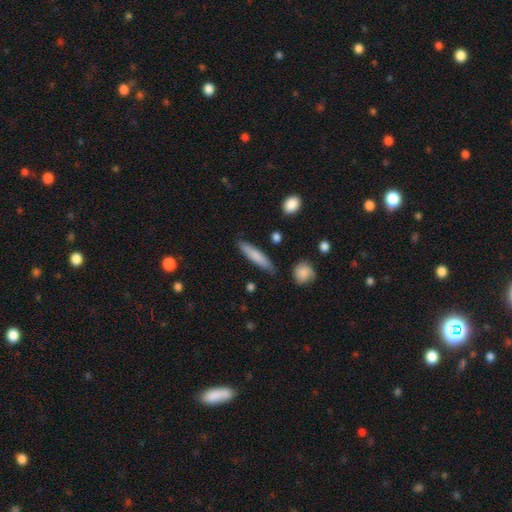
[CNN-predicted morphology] The model was most divided on "smooth or featured": smooth: 76%, featured or disk: 18%, star or artifact: 6%. More confident: how rounded — cigar-shaped (87%); merging — none (84%).